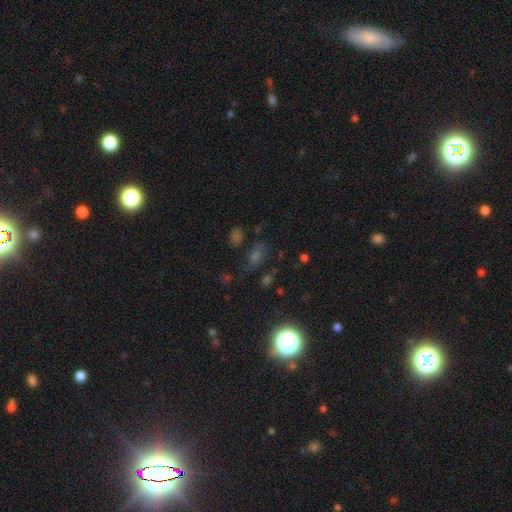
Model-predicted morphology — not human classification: star or artifact 49%, smooth 33%, featured or disk 18%.